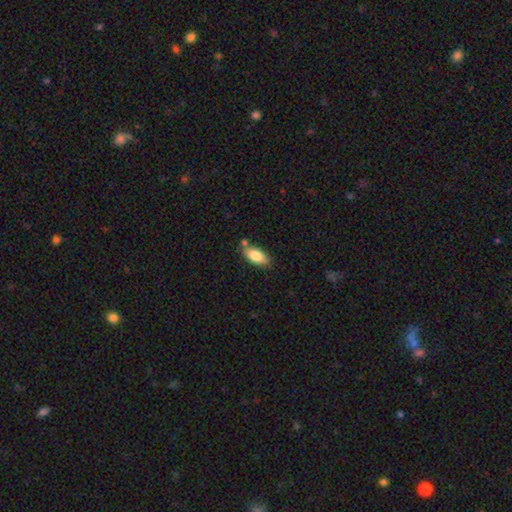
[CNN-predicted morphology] The model was most divided on "merging": none: 72%, minor disturbance: 15%, merger: 10%, major disturbance: 3%. More confident: how rounded — in between (88%); smooth or featured — smooth (81%).